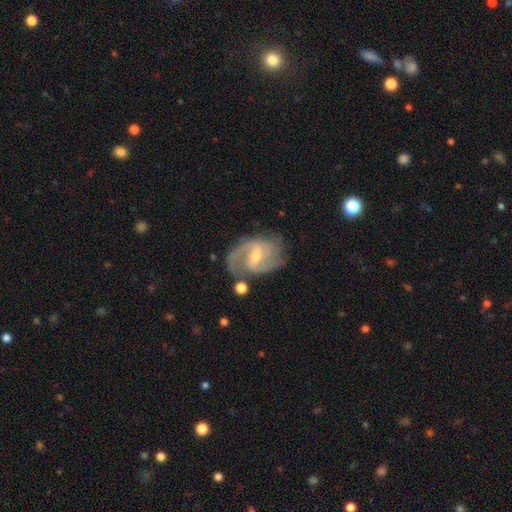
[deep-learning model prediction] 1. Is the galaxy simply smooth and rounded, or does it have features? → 89% featured or disk, 6% smooth, 5% star or artifact.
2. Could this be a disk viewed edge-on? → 97% no, 3% yes.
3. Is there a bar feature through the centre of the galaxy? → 55% weak, 31% strong, 14% no.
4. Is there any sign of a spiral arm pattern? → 96% yes, 4% no.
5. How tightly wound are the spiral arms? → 53% medium, 27% tight, 19% loose.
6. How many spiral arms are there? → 70% 2, 12% 3, 9% can't tell, 4% 1, 2% 4, 2% more than 4.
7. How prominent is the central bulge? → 52% small, 43% moderate, 2% none, 1% large, 1% dominant.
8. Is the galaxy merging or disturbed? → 65% none, 20% minor disturbance, 10% major disturbance, 5% merger.